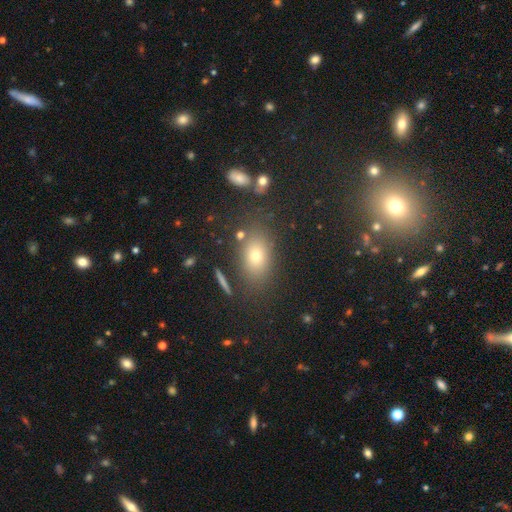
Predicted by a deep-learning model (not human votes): Q: Smooth or featured?
A: smooth (69%); runner-up: star or artifact (18%)
Q: How rounded?
A: in between (76%); runner-up: round (19%)
Q: Merging?
A: none (80%); runner-up: minor disturbance (11%)